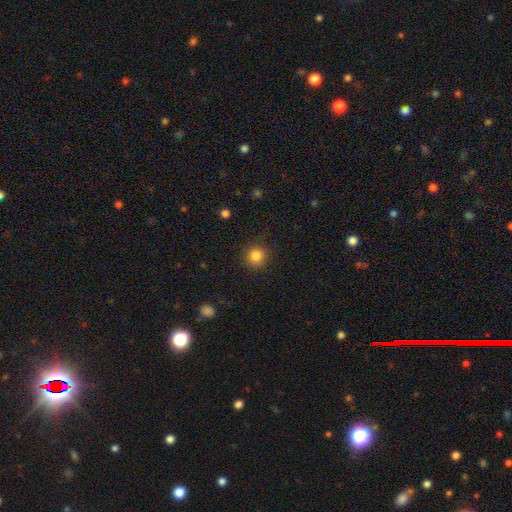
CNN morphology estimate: The model was most divided on "smooth or featured": smooth: 84%, star or artifact: 11%, featured or disk: 5%. More confident: how rounded — round (92%); merging — none (88%).